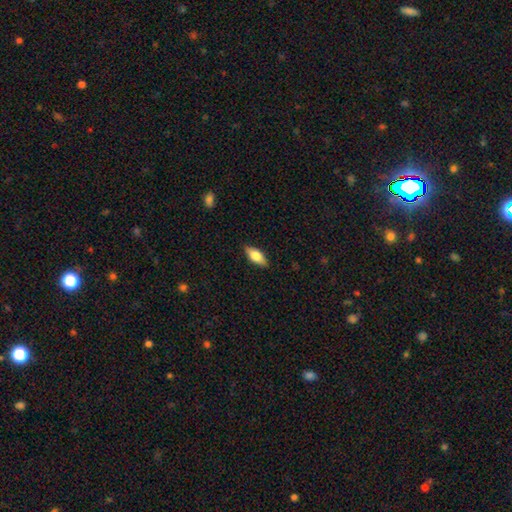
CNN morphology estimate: This is likely a smooth galaxy (68%). How rounded: clearly in between (82%). Merging: clearly none (86%).